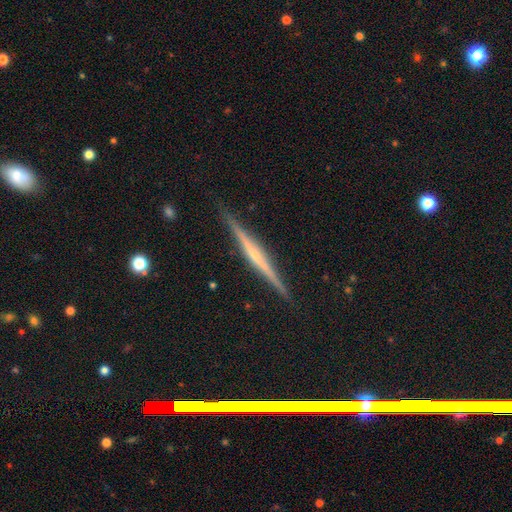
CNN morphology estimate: smooth_or_featured: featured or disk (p=0.78) [alt: smooth p=0.15]
disk_edge_on: yes (p=0.98) [alt: no p=0.02]
edge_on_bulge: rounded (p=0.55) [alt: none p=0.36]
merging: none (p=0.91) [alt: minor disturbance p=0.07]